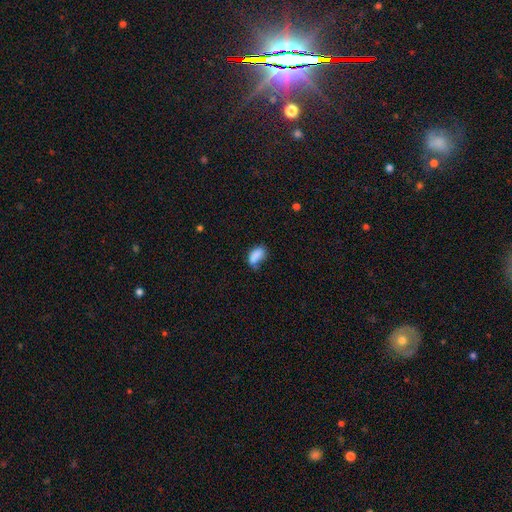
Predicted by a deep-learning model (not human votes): A smooth galaxy with no disk features (85%) that is in between round and cigar-shaped (91%). Merging: none (49%).